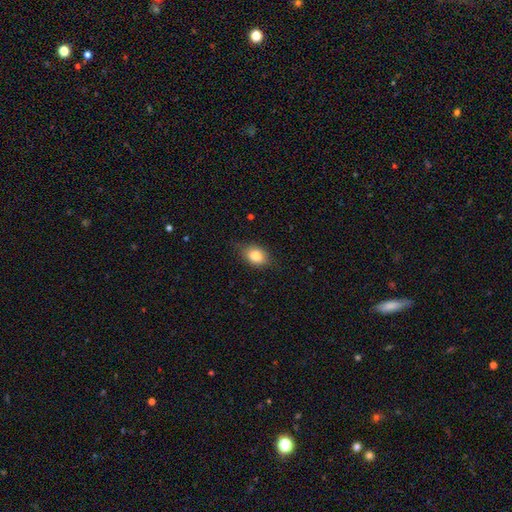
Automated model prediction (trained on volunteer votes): Smooth or featured?
  - smooth: 79% *
  - featured or disk: 12%
  - star or artifact: 9%
How rounded?
  - in between: 73% *
  - round: 25%
  - cigar-shaped: 2%
Merging?
  - none: 76% *
  - minor disturbance: 19%
  - major disturbance: 4%
  - merger: 1%